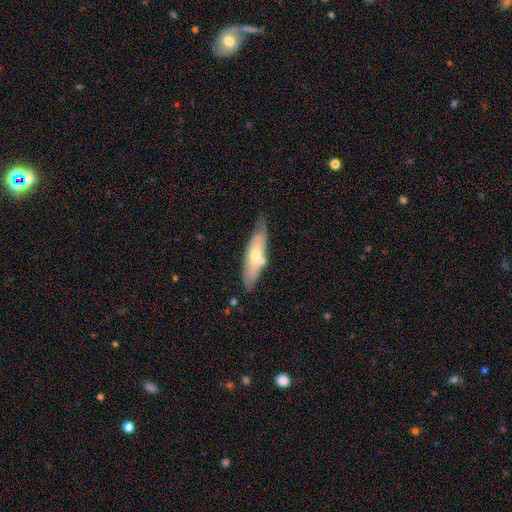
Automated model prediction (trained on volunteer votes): Morphology: type=smooth (50%); roundness=cigar-shaped (56%); merging=none (63%).